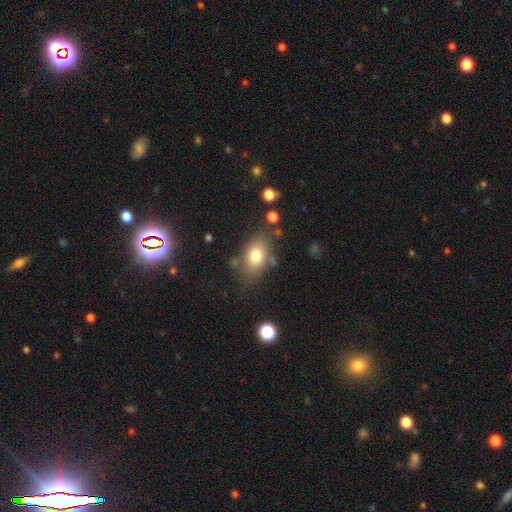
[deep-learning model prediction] Smooth or featured? Predicted: smooth (p=0.77). How rounded? Predicted: in between (p=0.79). Merging? Predicted: none (p=0.70).